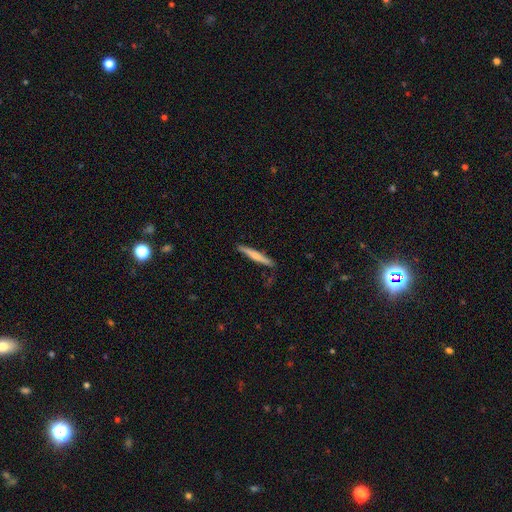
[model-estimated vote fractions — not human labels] Smooth or featured? Predicted: smooth (p=0.55). How rounded? Predicted: cigar-shaped (p=0.95). Merging? Predicted: none (p=0.86).